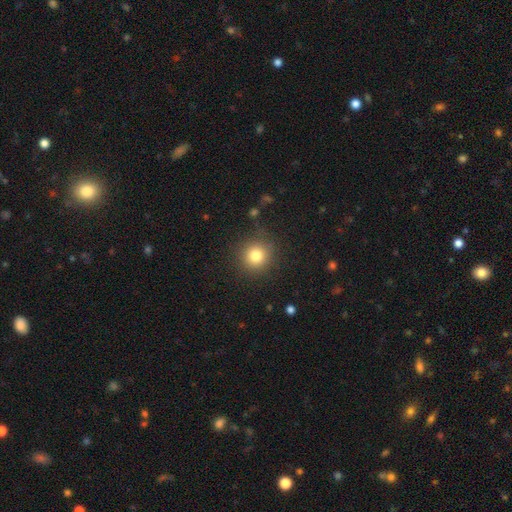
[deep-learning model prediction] The model was most divided on "smooth or featured": smooth: 80%, star or artifact: 13%, featured or disk: 7%. More confident: how rounded — round (92%); merging — none (87%).